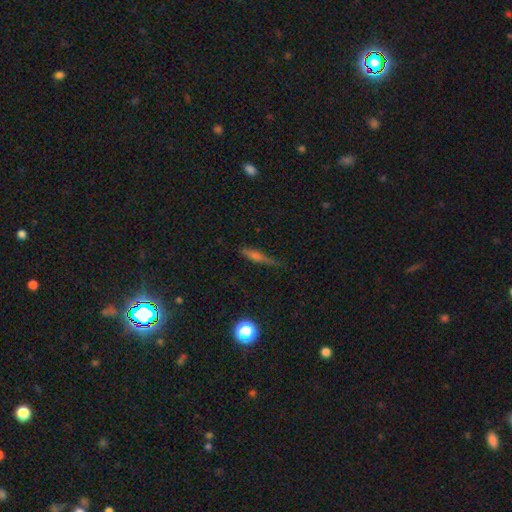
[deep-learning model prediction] smooth-or-featured: featured or disk: 43% | smooth: 40% | star or artifact: 17%
  merging: none: 75% | minor disturbance: 18% | major disturbance: 5% | merger: 2%